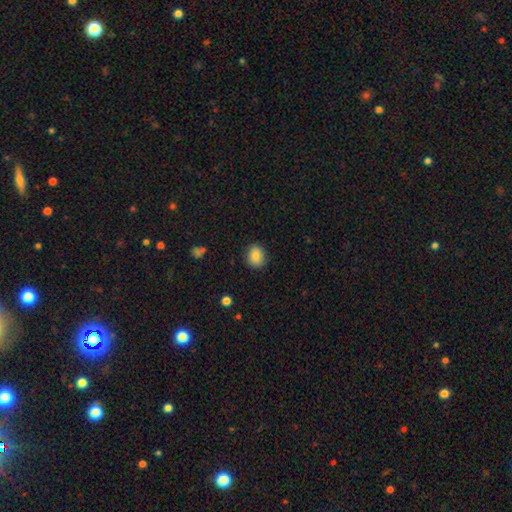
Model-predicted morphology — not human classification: Smooth or featured? Predicted: smooth (p=0.84). How rounded? Predicted: round (p=0.61). Merging? Predicted: none (p=0.86).